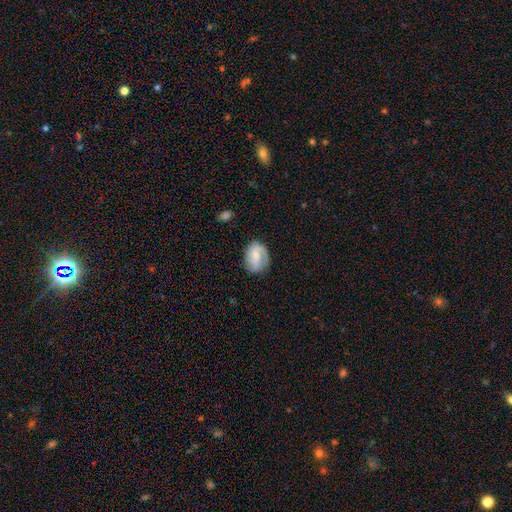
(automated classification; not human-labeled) featured or disk 50%, smooth 43%, star or artifact 7%. Down the decision tree: edge-on disk — no (97%); merging — none (68%).